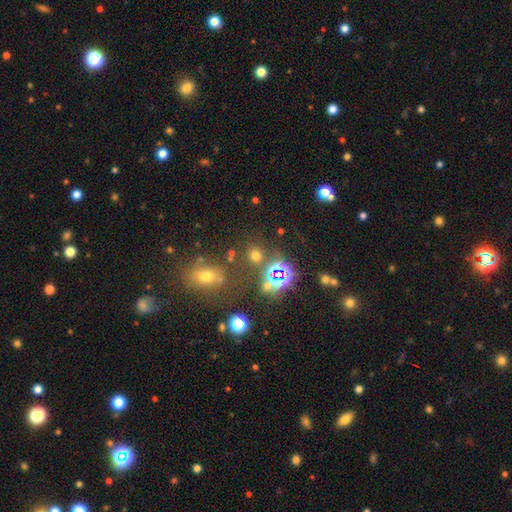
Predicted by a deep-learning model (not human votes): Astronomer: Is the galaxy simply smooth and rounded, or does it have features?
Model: smooth — 54% (runner-up: star or artifact, 38%).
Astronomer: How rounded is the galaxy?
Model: round — 83%.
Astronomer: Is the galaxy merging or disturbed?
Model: none — 77%.